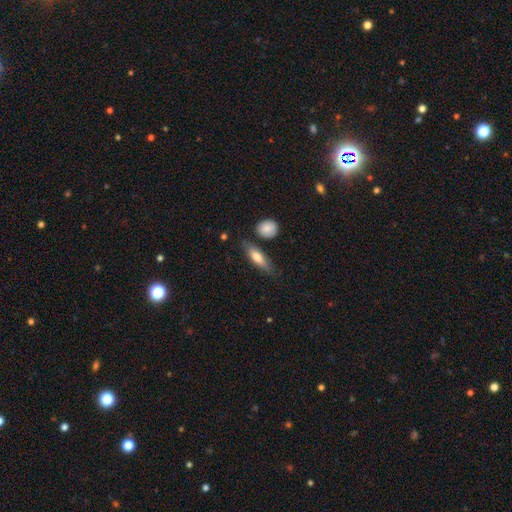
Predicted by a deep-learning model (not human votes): A smooth galaxy with no disk features (68%) that is cigar-shaped (54%).

Vote fractions:
- Smooth or featured? smooth: 68% / featured or disk: 26% / star or artifact: 6%
- How rounded? cigar-shaped: 54% / in between: 43% / round: 3%
- Merging? none: 73% / minor disturbance: 18% / merger: 5% / major disturbance: 4%